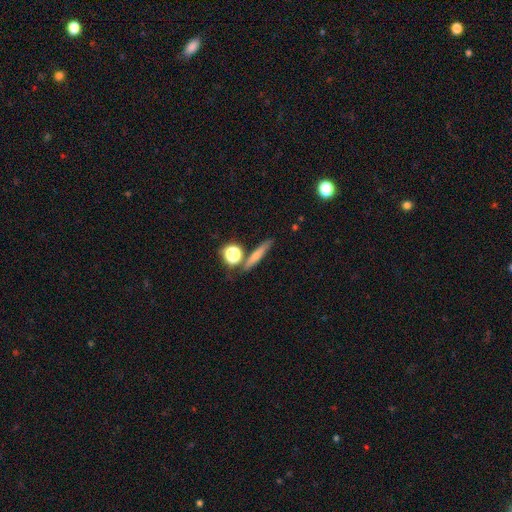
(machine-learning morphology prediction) Q: Smooth or featured?
A: smooth (61%); runner-up: featured or disk (26%)
Q: How rounded?
A: cigar-shaped (71%); runner-up: round (17%)
Q: Merging?
A: none (78%); runner-up: minor disturbance (11%)